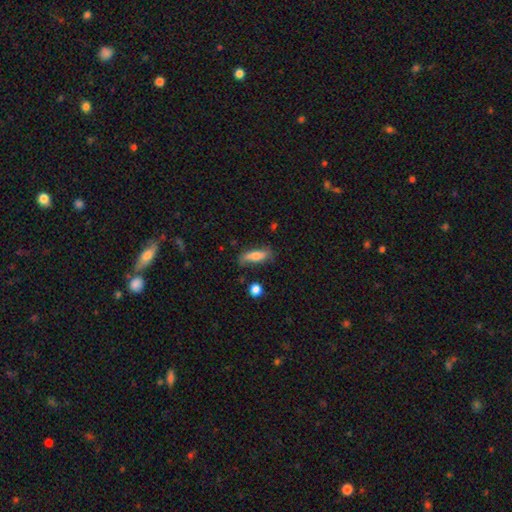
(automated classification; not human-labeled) Smooth or featured?
  - smooth: 65% *
  - featured or disk: 27%
  - star or artifact: 8%
How rounded?
  - in between: 57% *
  - cigar-shaped: 40%
  - round: 3%
Merging?
  - none: 66% *
  - minor disturbance: 24%
  - major disturbance: 7%
  - merger: 3%